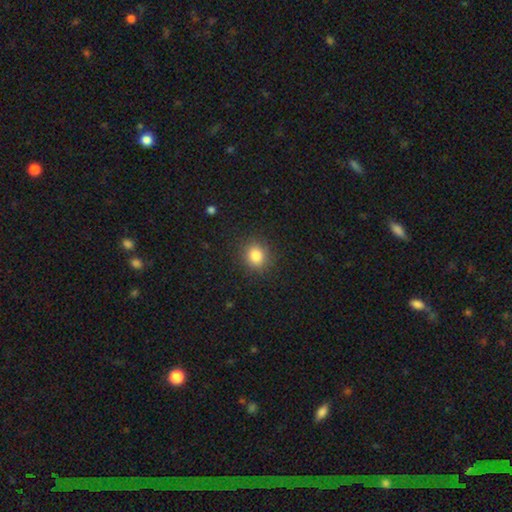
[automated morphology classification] Smooth or featured? smooth (83%)
How rounded? round (80%)
Merging? none (89%)